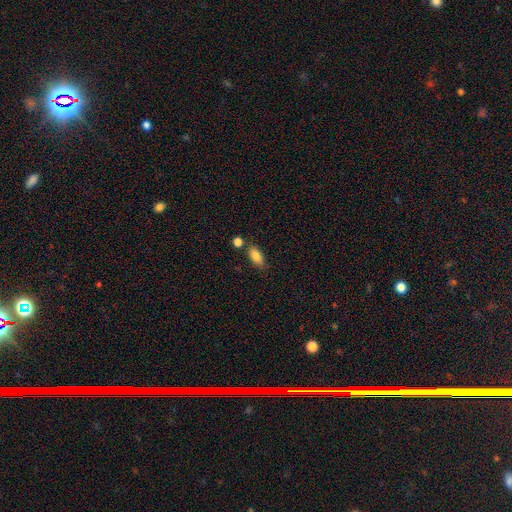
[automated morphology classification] A smooth galaxy with no disk features (85%) that is in between round and cigar-shaped (86%). Merging: none (71%).